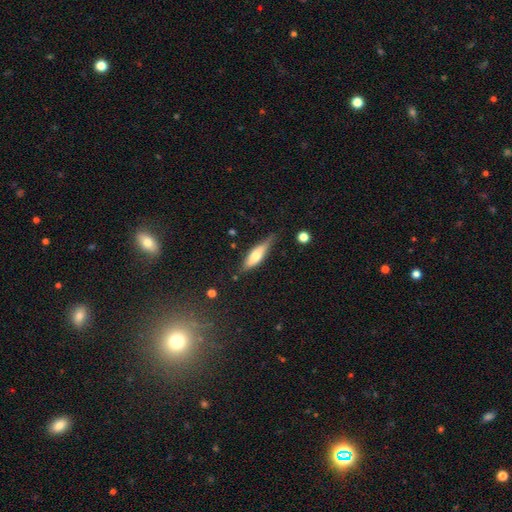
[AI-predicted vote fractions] Morphology: type=smooth (56%); roundness=cigar-shaped (57%); merging=none (65%).